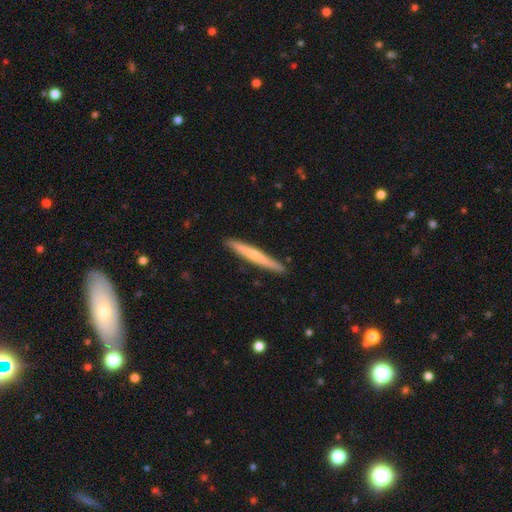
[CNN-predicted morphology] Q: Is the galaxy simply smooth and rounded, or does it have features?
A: smooth — 59%.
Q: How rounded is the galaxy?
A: cigar-shaped — 97%.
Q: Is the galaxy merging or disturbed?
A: none — 91%.